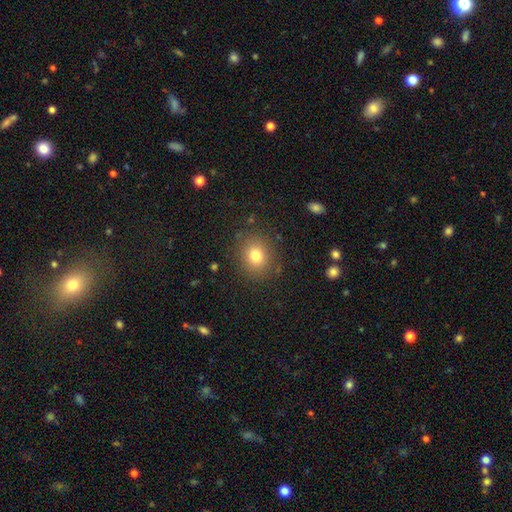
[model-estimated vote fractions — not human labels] Morphology: type=smooth (78%); roundness=round (71%); merging=none (86%).